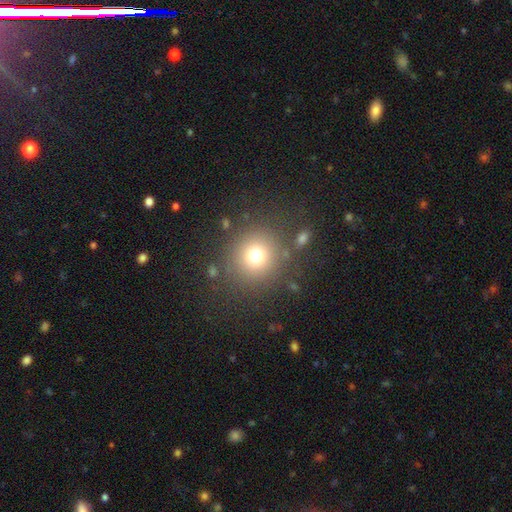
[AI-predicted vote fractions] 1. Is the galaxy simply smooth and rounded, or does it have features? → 73% smooth, 16% star or artifact, 11% featured or disk.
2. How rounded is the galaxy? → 91% round, 8% in between, 1% cigar-shaped.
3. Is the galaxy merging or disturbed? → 82% none, 9% minor disturbance, 5% major disturbance, 4% merger.